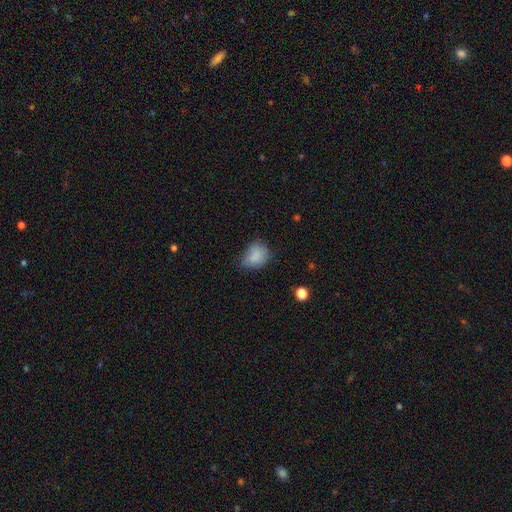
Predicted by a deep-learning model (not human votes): A smooth galaxy with no disk features (82%) that is in between round and cigar-shaped (61%). Merging: none (54%).